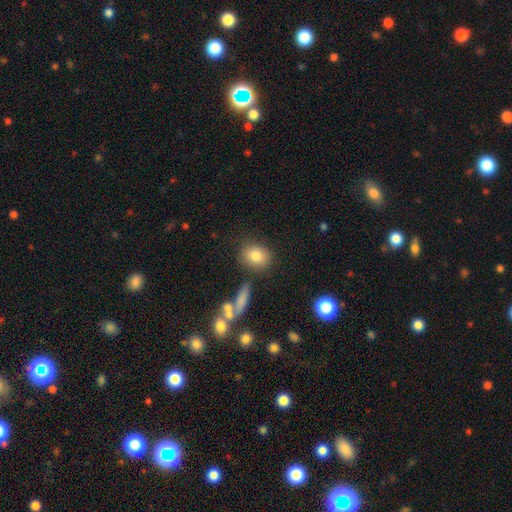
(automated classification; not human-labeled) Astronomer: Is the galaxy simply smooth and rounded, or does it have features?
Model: smooth — 80%.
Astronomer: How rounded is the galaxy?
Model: round — 64%.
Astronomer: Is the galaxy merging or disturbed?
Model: none — 78%.